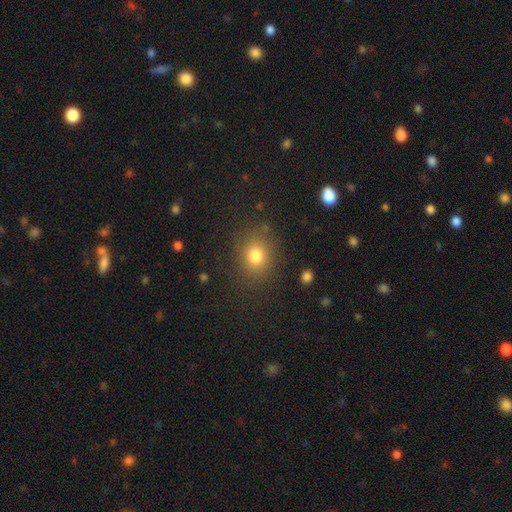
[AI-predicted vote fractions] A smooth galaxy with no disk features (78%) that is round (64%).

Vote fractions:
- Smooth or featured? smooth: 78% / star or artifact: 14% / featured or disk: 8%
- How rounded? round: 64% / in between: 35% / cigar-shaped: 1%
- Merging? none: 84% / minor disturbance: 10% / major disturbance: 4% / merger: 2%